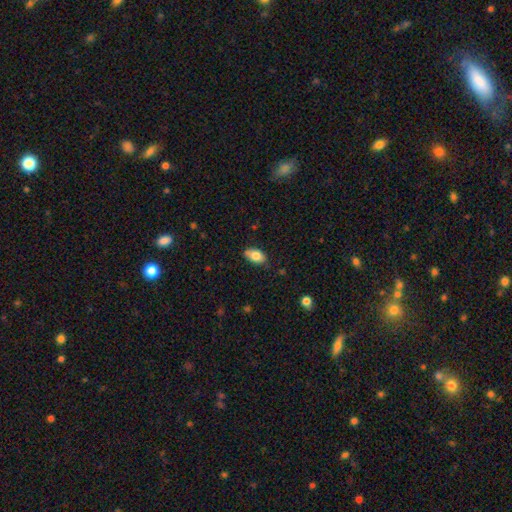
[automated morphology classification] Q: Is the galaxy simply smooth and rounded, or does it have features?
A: smooth — 80%.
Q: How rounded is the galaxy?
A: in between — 91%.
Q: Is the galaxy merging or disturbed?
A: none — 76%.